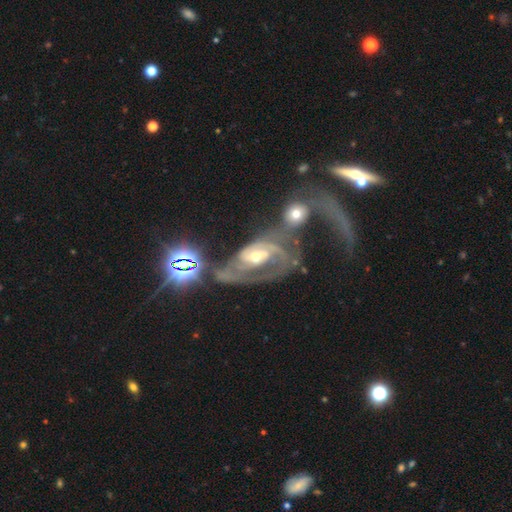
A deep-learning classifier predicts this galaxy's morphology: Overall: featured or disk (82%). Edge-on disk: no (95%). Bar: no (45%; weak 37%). Spiral arms: yes (86%). Spiral arm count: 2 (46%; can't tell 26%). Spiral winding: medium (38%; tight 35%). Bulge size: moderate (55%; small 37%). Merging: merger (42%; major disturbance 32%).